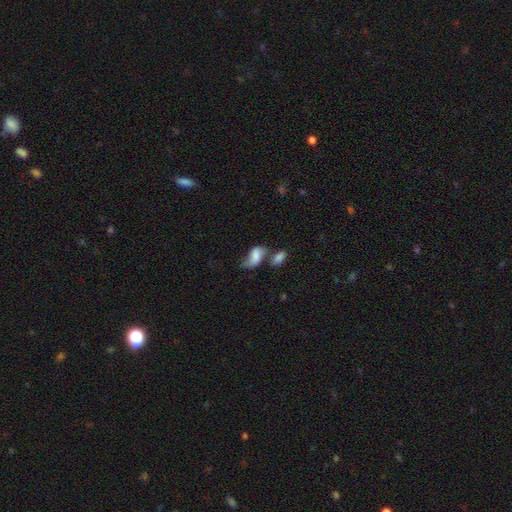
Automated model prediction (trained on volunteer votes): A smooth galaxy with no disk features (66%) that is in between round and cigar-shaped (90%).

Vote fractions:
- Smooth or featured? smooth: 66% / featured or disk: 25% / star or artifact: 9%
- How rounded? in between: 90% / round: 7% / cigar-shaped: 3%
- Merging? merger: 39% / none: 26% / minor disturbance: 20% / major disturbance: 15%